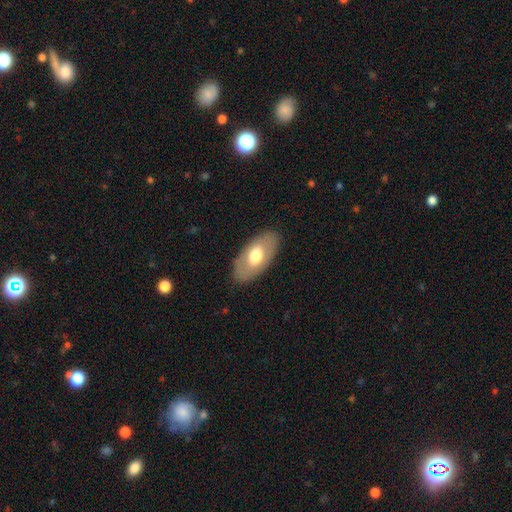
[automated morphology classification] Smooth or featured: smooth — 61% (featured or disk — 33%)
How rounded: in between — 94% (round — 3%)
Merging: none — 85% (minor disturbance — 11%)